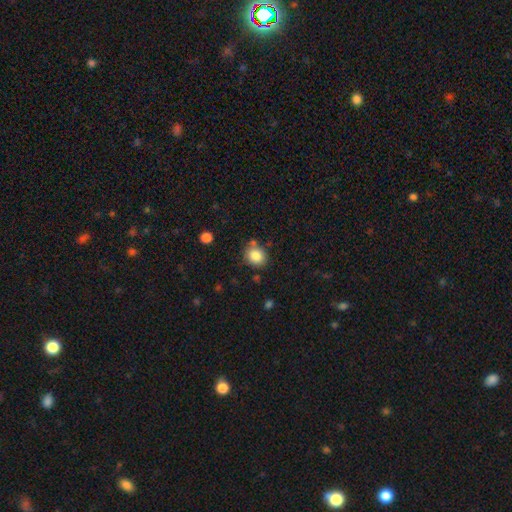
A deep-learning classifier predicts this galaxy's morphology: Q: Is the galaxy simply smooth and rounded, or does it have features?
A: smooth — 85%.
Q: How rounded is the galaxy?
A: round — 67%.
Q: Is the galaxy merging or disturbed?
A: none — 76%.